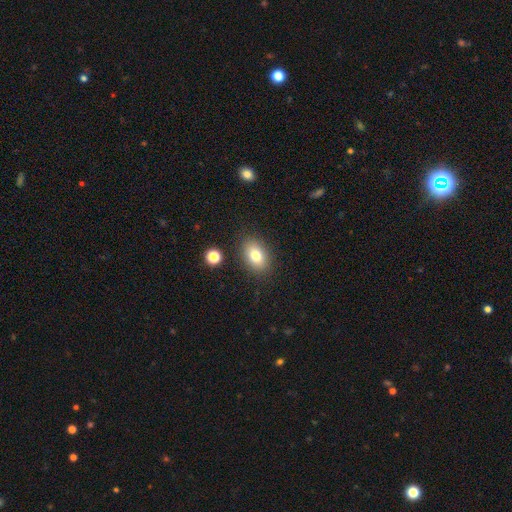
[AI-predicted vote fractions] Overall: smooth (79%). How rounded: in between (83%). Merging: none (86%).